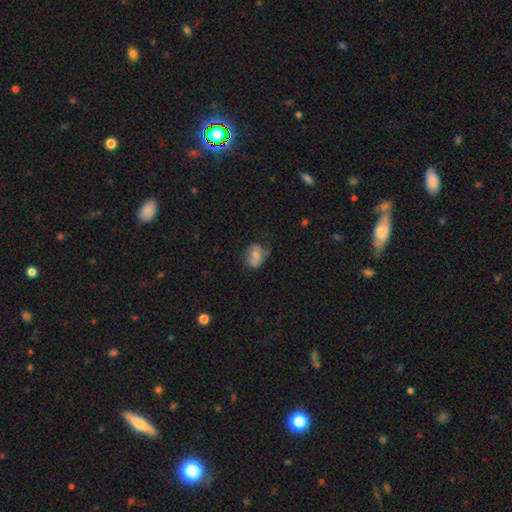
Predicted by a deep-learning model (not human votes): A smooth galaxy with no disk features (58%) that is in between round and cigar-shaped (62%).

Vote fractions:
- Smooth or featured? smooth: 58% / featured or disk: 33% / star or artifact: 9%
- How rounded? in between: 62% / round: 36% / cigar-shaped: 1%
- Merging? none: 48% / minor disturbance: 31% / major disturbance: 16% / merger: 4%